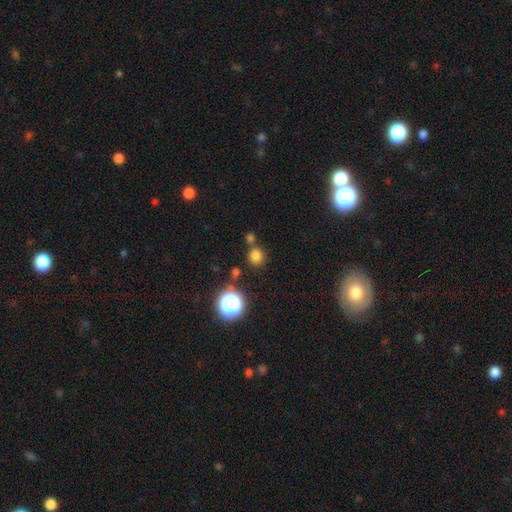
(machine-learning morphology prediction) This is likely a smooth galaxy (76%). How rounded: clearly round (85%). Merging: likely none (75%).